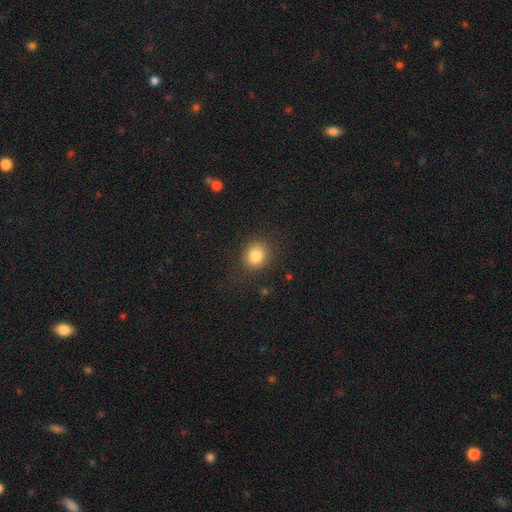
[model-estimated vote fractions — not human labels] A smooth galaxy with no disk features (83%) that is round (81%).

Vote fractions:
- Smooth or featured? smooth: 83% / star or artifact: 11% / featured or disk: 7%
- How rounded? round: 81% / in between: 18% / cigar-shaped: 1%
- Merging? none: 85% / minor disturbance: 9% / major disturbance: 4% / merger: 1%